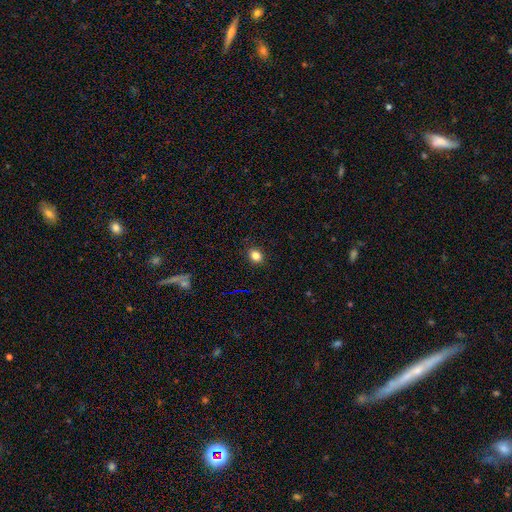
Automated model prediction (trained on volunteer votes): Smooth or featured? Predicted: smooth (p=0.83). How rounded? Predicted: in between (p=0.55). Merging? Predicted: none (p=0.89).